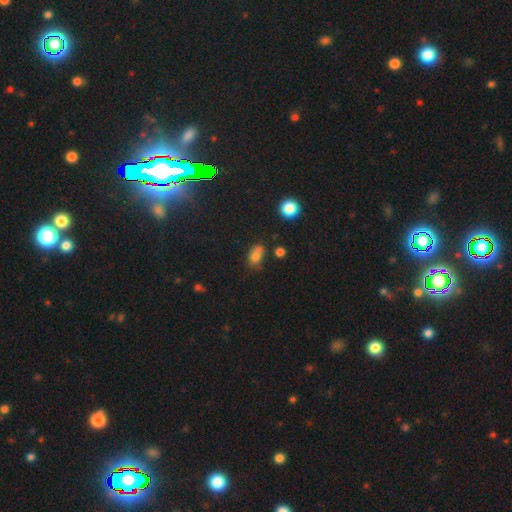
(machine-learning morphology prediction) Overall: smooth (72%). How rounded: in between (68%; round 30%). Merging: none (46%; minor disturbance 24%).